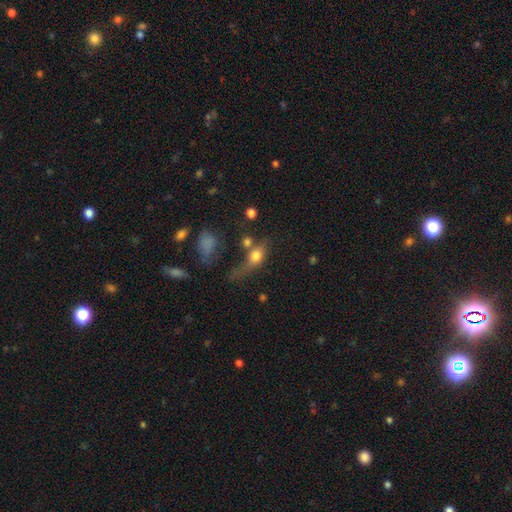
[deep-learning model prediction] Smooth or featured?
  - smooth: 65% *
  - featured or disk: 22%
  - star or artifact: 13%
How rounded?
  - in between: 51% *
  - round: 34%
  - cigar-shaped: 14%
Merging?
  - none: 34% *
  - major disturbance: 26%
  - merger: 21%
  - minor disturbance: 20%